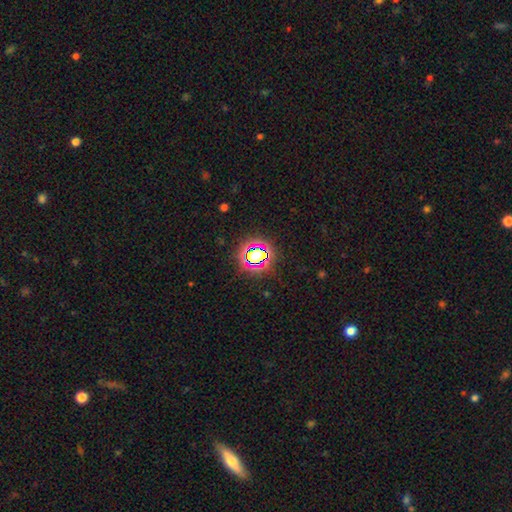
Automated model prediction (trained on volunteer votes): A star or artifact, not a galaxy (66%).